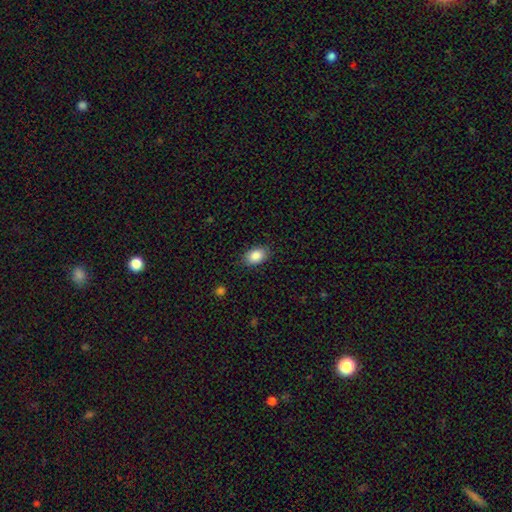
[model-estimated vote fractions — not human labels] A smooth galaxy with no disk features (88%) that is in between round and cigar-shaped (87%).

Vote fractions:
- Smooth or featured? smooth: 88% / star or artifact: 7% / featured or disk: 5%
- How rounded? in between: 87% / round: 12% / cigar-shaped: 1%
- Merging? none: 85% / minor disturbance: 11% / major disturbance: 3% / merger: 1%